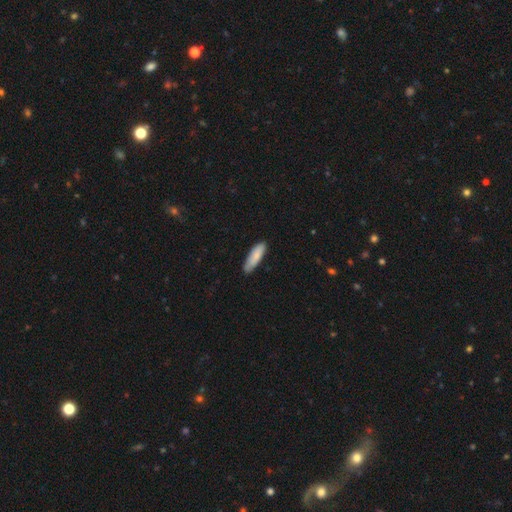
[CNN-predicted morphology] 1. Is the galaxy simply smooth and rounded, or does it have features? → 83% smooth, 11% featured or disk, 6% star or artifact.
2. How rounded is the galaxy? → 54% cigar-shaped, 45% in between, 1% round.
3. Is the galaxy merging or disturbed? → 77% none, 19% minor disturbance, 3% major disturbance, 1% merger.